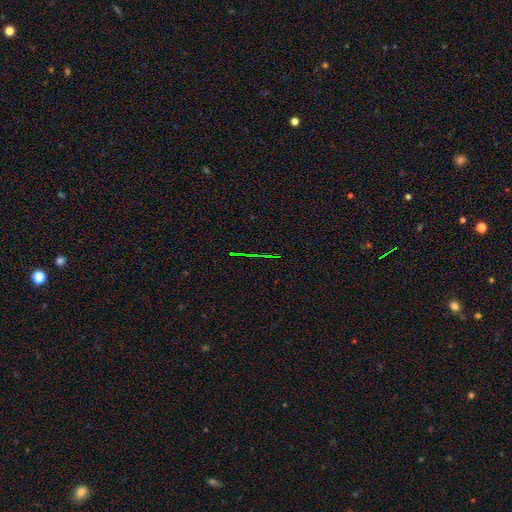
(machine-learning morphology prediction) star or artifact 76%, featured or disk 13%, smooth 10%.